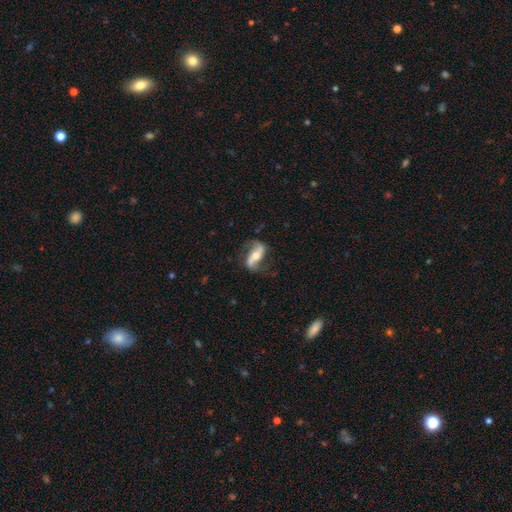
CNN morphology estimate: smooth-or-featured: featured or disk: 84% | smooth: 10% | star or artifact: 6%
  disk-edge-on: no: 94% | yes: 6%
    bar: strong: 41% | no: 30% | weak: 29%
    has-spiral-arms: yes: 94% | no: 6%
      spiral-winding: loose: 64% | medium: 27% | tight: 8%
      spiral-arm-count: 2: 92% | can't tell: 2% | 1: 2% | 3: 1% | 4: 1% | more than 4: 1%
    bulge-size: moderate: 64% | small: 25% | large: 8% | none: 2% | dominant: 1%
  merging: none: 75% | minor disturbance: 15% | major disturbance: 8% | merger: 2%